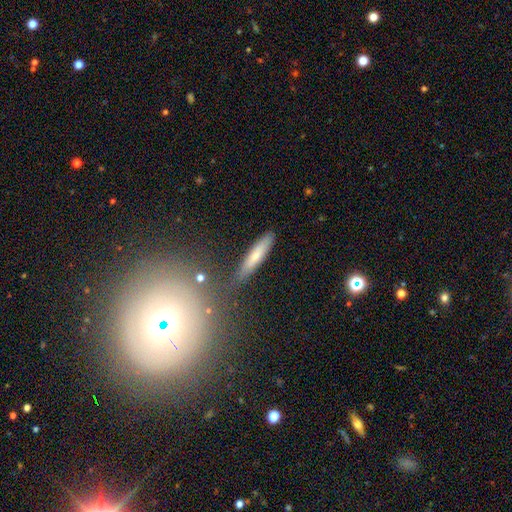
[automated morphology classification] Smooth or featured? smooth (64%)
How rounded? cigar-shaped (87%)
Merging? none (78%)